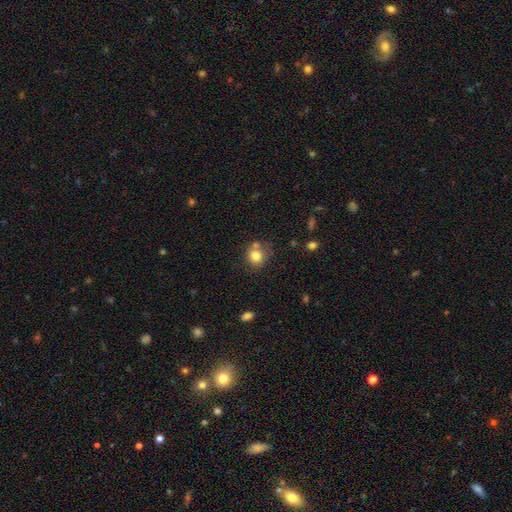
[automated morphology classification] This appears to be a smooth galaxy with no disk features (80%) that is round (73%). Merging: none (56%).